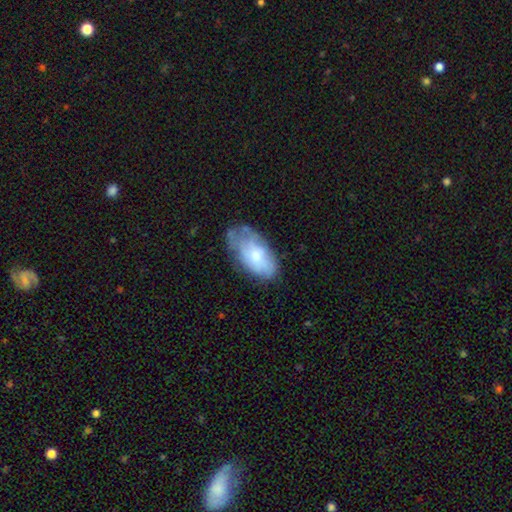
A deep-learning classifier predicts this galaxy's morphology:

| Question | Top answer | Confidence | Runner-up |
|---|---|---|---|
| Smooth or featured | smooth | 54% | featured or disk (39%) |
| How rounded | in between | 94% | round (4%) |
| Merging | none | 52% | minor disturbance (33%) |